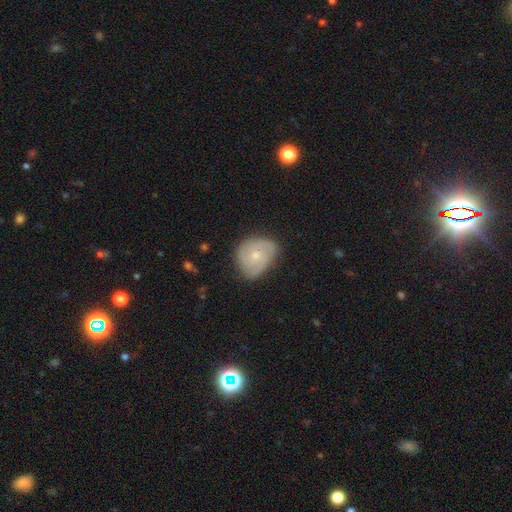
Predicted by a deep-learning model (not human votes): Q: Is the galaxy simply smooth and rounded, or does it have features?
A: featured or disk — 65%.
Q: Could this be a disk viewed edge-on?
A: no — 97%.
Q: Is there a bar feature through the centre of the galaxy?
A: no — 77%.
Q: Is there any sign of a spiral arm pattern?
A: yes — 90%.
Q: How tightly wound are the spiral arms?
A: tight — 50%.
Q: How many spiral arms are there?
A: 2 — 36%.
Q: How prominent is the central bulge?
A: small — 61%.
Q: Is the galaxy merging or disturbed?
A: none — 66%.